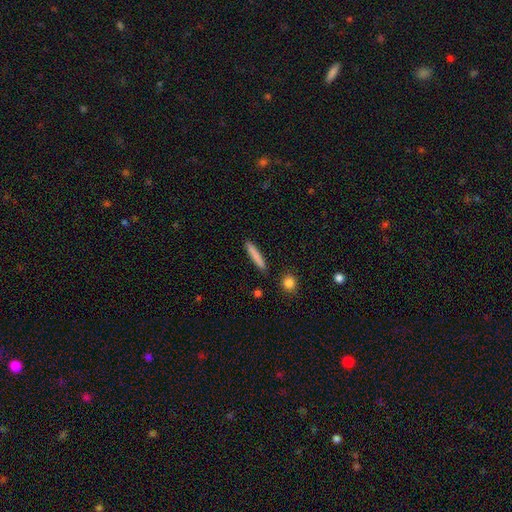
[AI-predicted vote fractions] Smooth or featured? smooth (82%)
How rounded? cigar-shaped (93%)
Merging? none (90%)